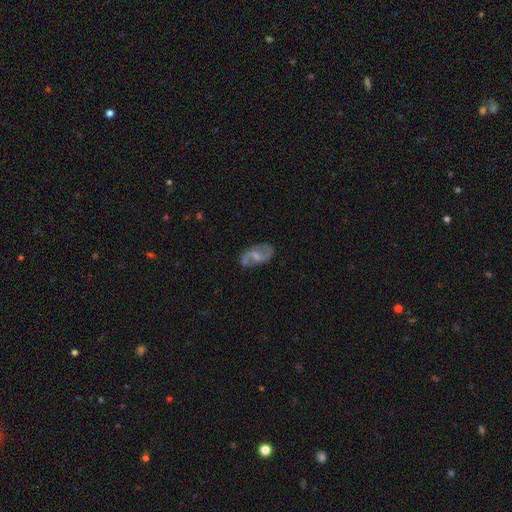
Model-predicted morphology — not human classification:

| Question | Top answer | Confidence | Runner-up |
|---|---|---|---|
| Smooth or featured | featured or disk | 69% | smooth (24%) |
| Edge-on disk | no | 96% | yes (4%) |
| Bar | weak | 53% | no (34%) |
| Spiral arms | yes | 87% | no (13%) |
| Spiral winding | loose | 45% | medium (42%) |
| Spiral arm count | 2 | 86% | can't tell (7%) |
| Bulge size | small | 43% | moderate (39%) |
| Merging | none | 71% | minor disturbance (19%) |